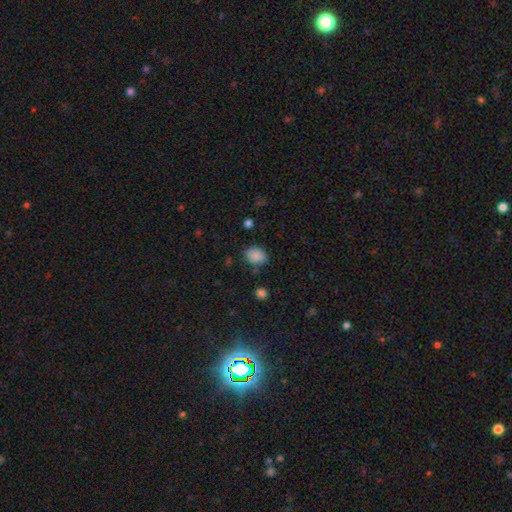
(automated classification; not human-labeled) Smooth or featured? smooth (86%)
How rounded? in between (60%)
Merging? none (74%)